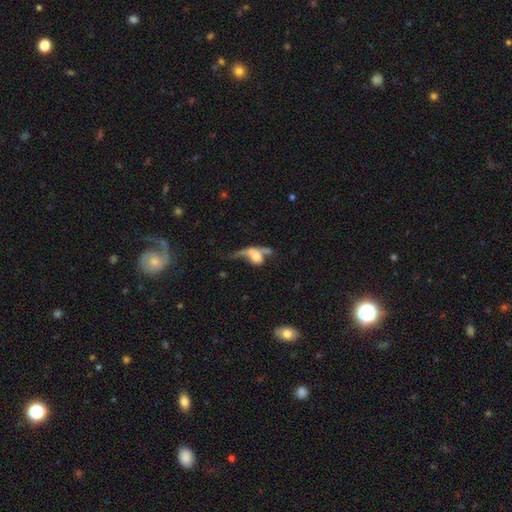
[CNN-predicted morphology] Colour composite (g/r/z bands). It shows a smooth galaxy with no disk features (45%). Merging: major disturbance (38%).